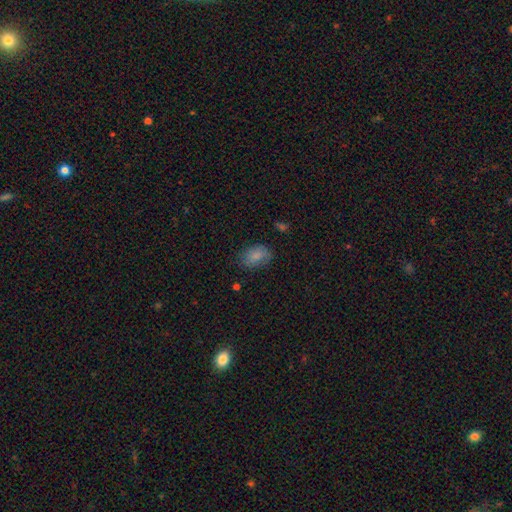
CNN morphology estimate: smooth-or-featured: smooth: 82% | featured or disk: 9% | star or artifact: 9%
  how-rounded: in between: 79% | round: 20% | cigar-shaped: 1%
  merging: none: 72% | minor disturbance: 21% | major disturbance: 6% | merger: 2%